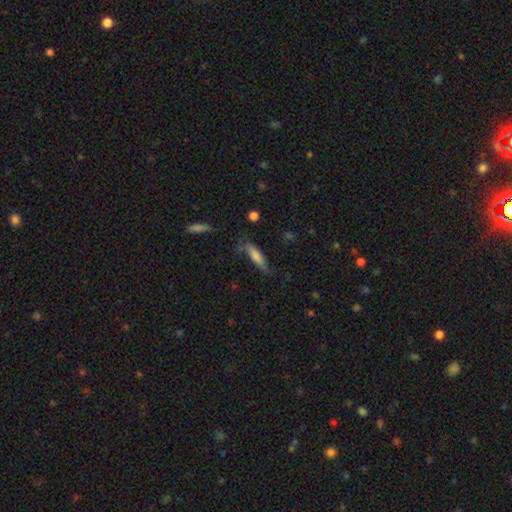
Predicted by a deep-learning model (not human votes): smooth-or-featured: smooth: 70% | featured or disk: 23% | star or artifact: 7%
  how-rounded: cigar-shaped: 70% | in between: 28% | round: 2%
  merging: none: 63% | minor disturbance: 26% | major disturbance: 8% | merger: 3%